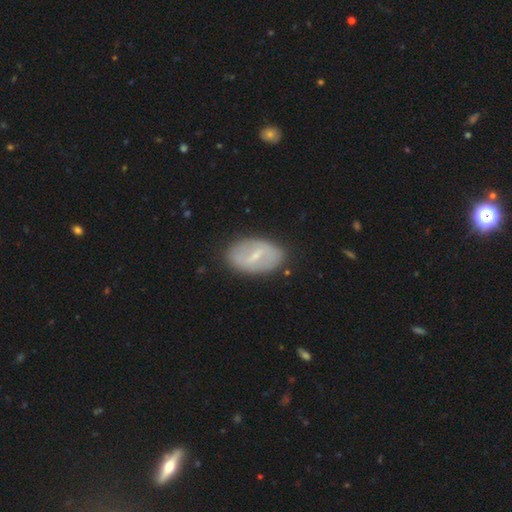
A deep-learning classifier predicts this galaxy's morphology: Q: Smooth or featured?
A: featured or disk (58%); runner-up: smooth (36%)
Q: Edge-on disk?
A: no (91%); runner-up: yes (9%)
Q: Bar?
A: strong (48%); runner-up: weak (42%)
Q: Spiral arms?
A: no (65%); runner-up: yes (35%)
Q: Bulge size?
A: small (63%); runner-up: moderate (24%)
Q: Merging?
A: none (82%); runner-up: minor disturbance (13%)